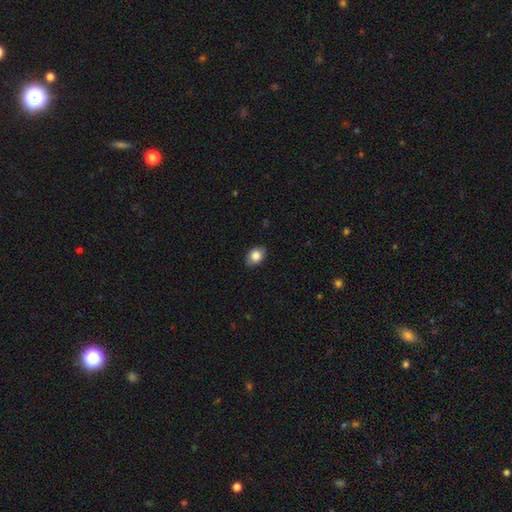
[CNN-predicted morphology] smooth 85%, star or artifact 8%, featured or disk 7%. Down the decision tree: how rounded — in between (75%); merging — none (86%).